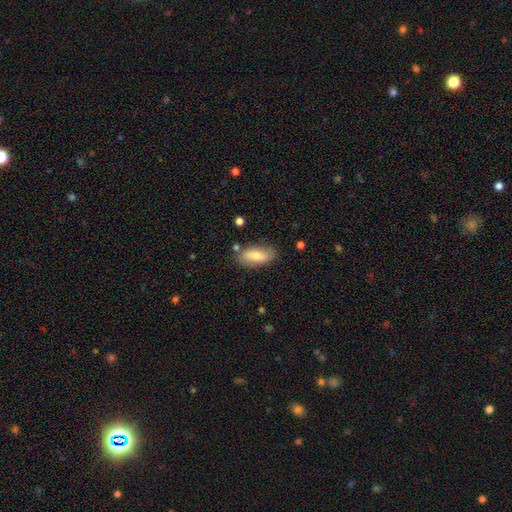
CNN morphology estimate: A smooth galaxy with no disk features (71%) that is in between round and cigar-shaped (83%).

Vote fractions:
- Smooth or featured? smooth: 71% / featured or disk: 23% / star or artifact: 6%
- How rounded? in between: 83% / cigar-shaped: 15% / round: 3%
- Merging? none: 79% / minor disturbance: 15% / merger: 3% / major disturbance: 3%